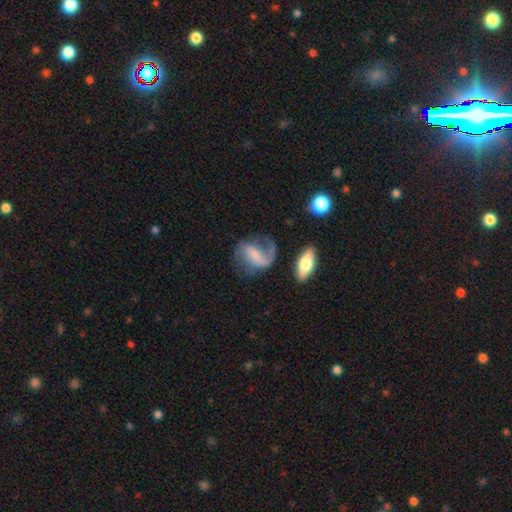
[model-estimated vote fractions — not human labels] Morphology: type=featured or disk (69%); edge-on=no (96%); bar=weak (40%); spiral arms=yes (88%); winding=loose (59%); arm count=2 (54%); bulge=none (38%); merging=none (43%).